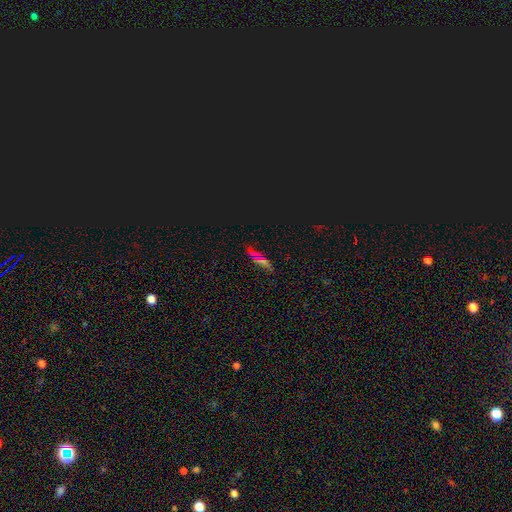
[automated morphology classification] The model was most divided on "smooth or featured": star or artifact: 43%, smooth: 37%, featured or disk: 20%.